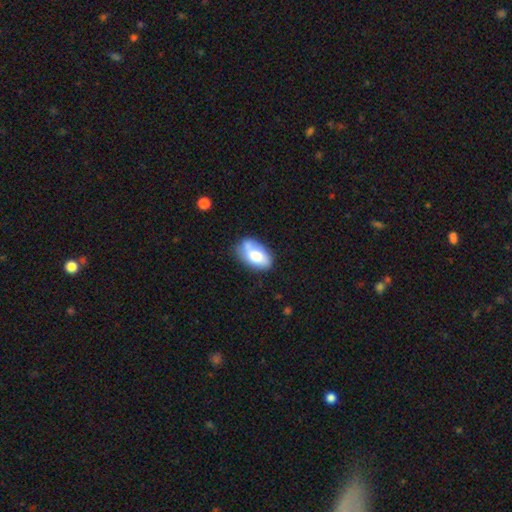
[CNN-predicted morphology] Smooth or featured? Predicted: smooth (p=0.70). How rounded? Predicted: in between (p=0.93). Merging? Predicted: none (p=0.51).